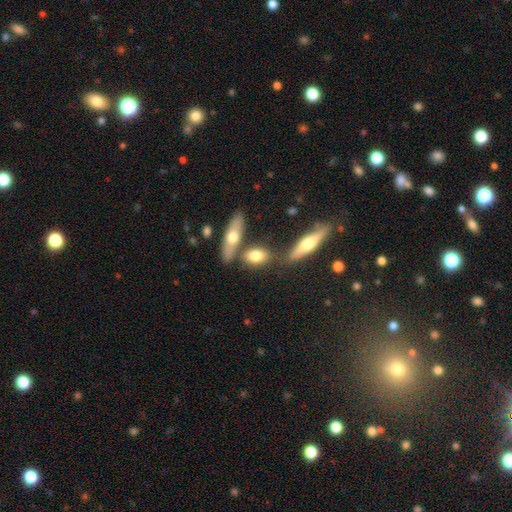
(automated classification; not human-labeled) smooth-or-featured: smooth: 74% | featured or disk: 20% | star or artifact: 6%
  how-rounded: in between: 76% | cigar-shaped: 13% | round: 11%
  merging: none: 60% | merger: 23% | minor disturbance: 13% | major disturbance: 4%